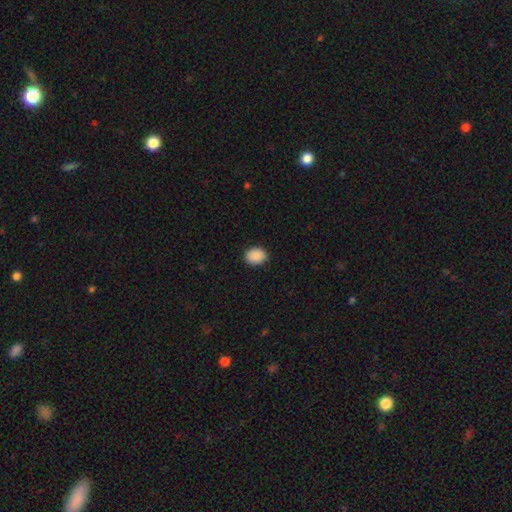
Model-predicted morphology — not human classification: smooth 90%, star or artifact 8%, featured or disk 2%. Down the decision tree: how rounded — in between (51%); merging — none (90%).